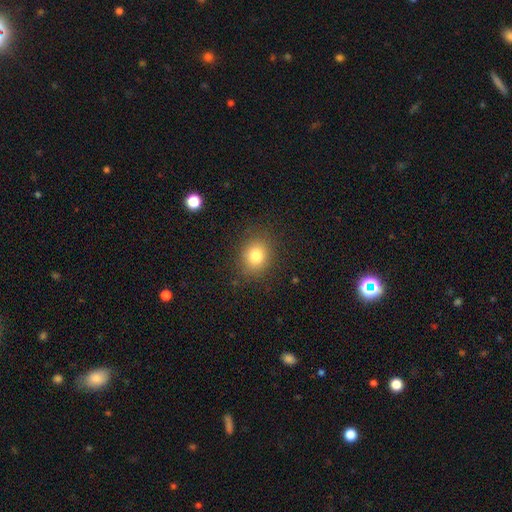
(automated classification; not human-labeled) Q: Smooth or featured?
A: smooth (80%); runner-up: star or artifact (12%)
Q: How rounded?
A: round (68%); runner-up: in between (31%)
Q: Merging?
A: none (85%); runner-up: minor disturbance (10%)